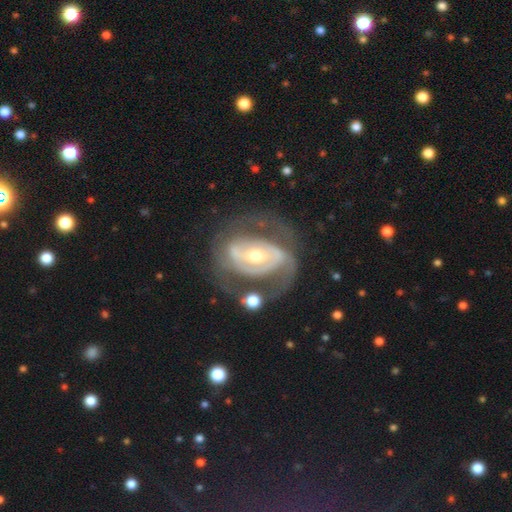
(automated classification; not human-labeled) The model was most divided on "bar": weak: 36%, strong: 33%, no: 31%. Remaining: edge-on disk — no (96%); smooth or featured — featured or disk (85%); spiral arms — yes (84%); spiral arm count — 2 (62%); bulge size — moderate (56%); merging — none (54%); spiral winding — tight (45%).